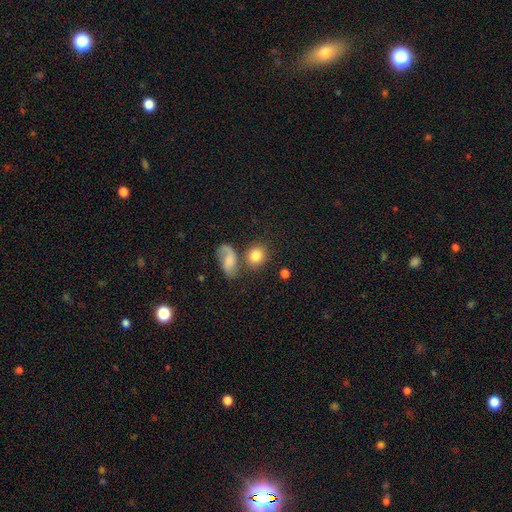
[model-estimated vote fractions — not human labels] A smooth galaxy with no disk features (78%) that is round (72%).

Vote fractions:
- Smooth or featured? smooth: 78% / featured or disk: 12% / star or artifact: 9%
- How rounded? round: 72% / in between: 26% / cigar-shaped: 2%
- Merging? none: 63% / merger: 19% / minor disturbance: 12% / major disturbance: 6%